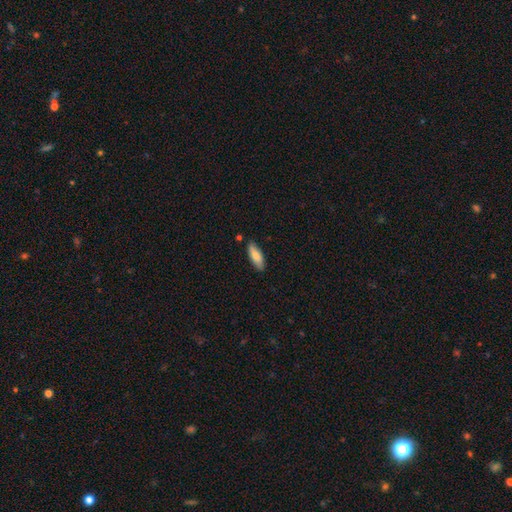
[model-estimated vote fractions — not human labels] Overall: smooth (80%). How rounded: in between (67%; cigar-shaped 32%). Merging: none (82%).